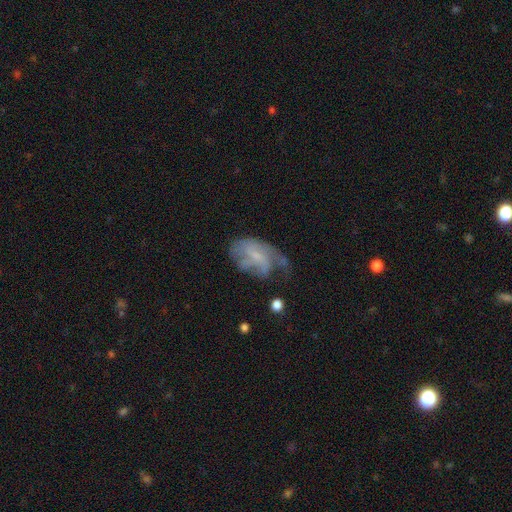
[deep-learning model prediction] Morphology: type=featured or disk (62%); edge-on=no (96%); bar=no (49%); spiral arms=yes (71%); bulge=small (48%); merging=major disturbance (37%).